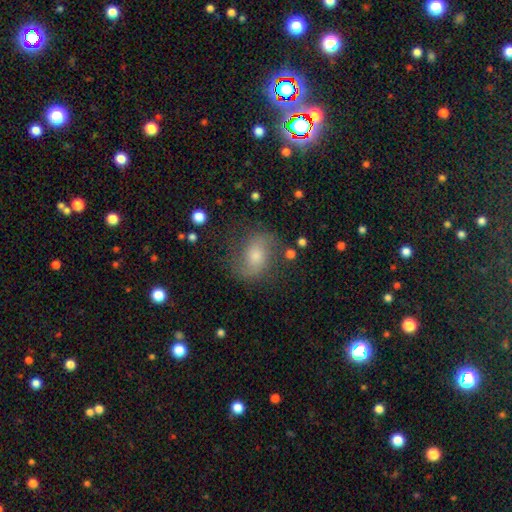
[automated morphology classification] Smooth or featured?
  - featured or disk: 55% *
  - smooth: 34%
  - star or artifact: 10%
Edge-on disk?
  - no: 96% *
  - yes: 4%
Bar?
  - no: 59% *
  - weak: 32%
  - strong: 8%
Spiral arms?
  - yes: 86% *
  - no: 14%
Bulge size?
  - moderate: 48% *
  - small: 37%
  - large: 9%
  - none: 5%
  - dominant: 2%
Merging?
  - none: 69% *
  - minor disturbance: 18%
  - major disturbance: 11%
  - merger: 2%